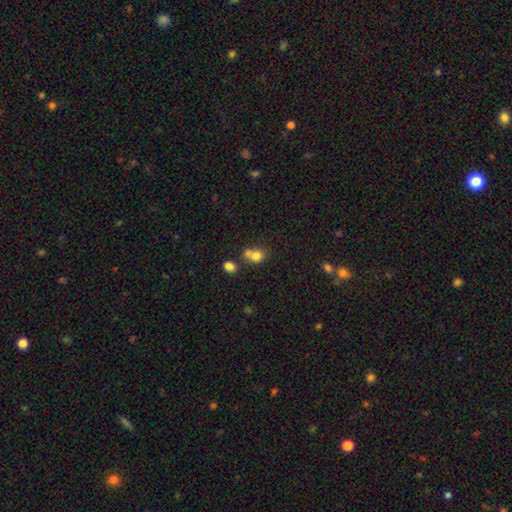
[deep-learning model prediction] smooth-or-featured: smooth: 78% | star or artifact: 12% | featured or disk: 11%
  how-rounded: round: 69% | in between: 30% | cigar-shaped: 1%
  merging: merger: 47% | none: 39% | minor disturbance: 10% | major disturbance: 4%